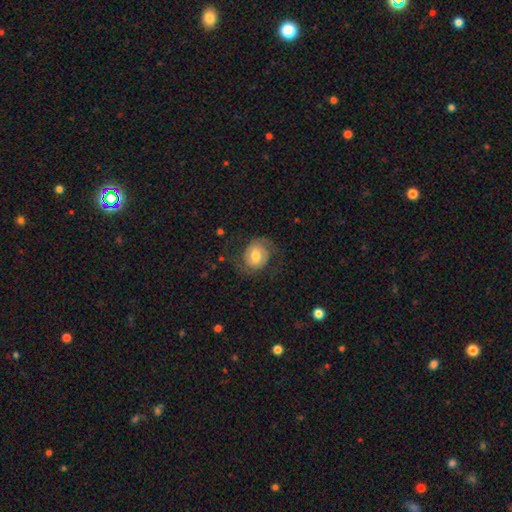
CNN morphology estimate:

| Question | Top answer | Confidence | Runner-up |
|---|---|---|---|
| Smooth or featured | featured or disk | 62% | smooth (31%) |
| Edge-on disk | no | 98% | yes (2%) |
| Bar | no | 55% | weak (37%) |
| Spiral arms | yes | 88% | no (12%) |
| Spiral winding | medium | 45% | loose (29%) |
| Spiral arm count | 2 | 86% | can't tell (6%) |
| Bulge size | moderate | 66% | large (16%) |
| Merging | none | 67% | minor disturbance (16%) |